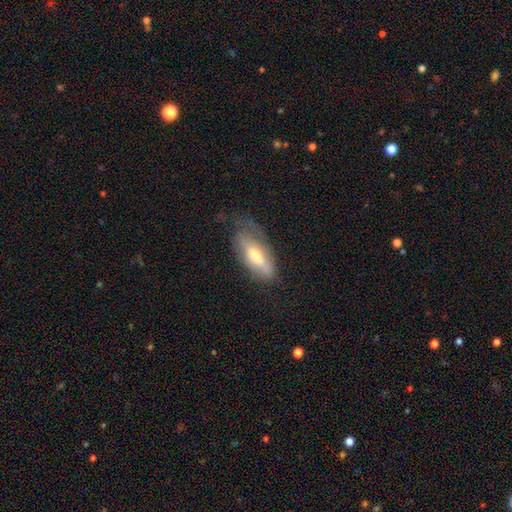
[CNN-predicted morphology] A smooth galaxy with no disk features (53%) that is in between round and cigar-shaped (76%).

Vote fractions:
- Smooth or featured? smooth: 53% / featured or disk: 40% / star or artifact: 7%
- How rounded? in between: 76% / cigar-shaped: 22% / round: 3%
- Merging? none: 49% / minor disturbance: 32% / major disturbance: 17% / merger: 2%